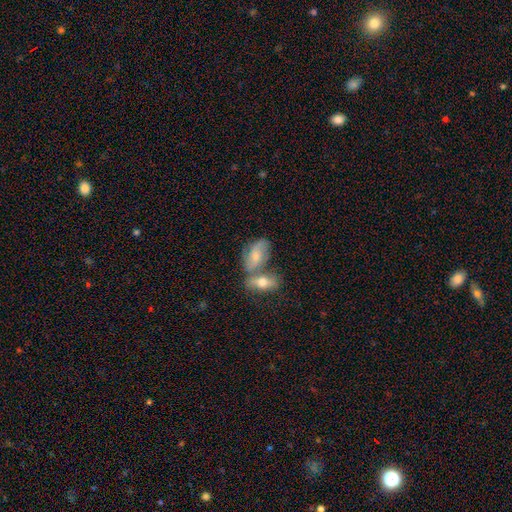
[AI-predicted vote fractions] This is possibly a smooth galaxy (48%). Merging: possibly merger (55%).